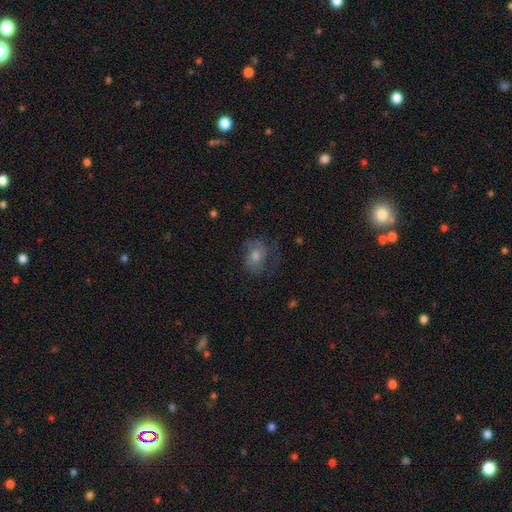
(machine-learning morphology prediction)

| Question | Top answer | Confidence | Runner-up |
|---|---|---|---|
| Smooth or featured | featured or disk | 51% | smooth (35%) |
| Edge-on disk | no | 96% | yes (4%) |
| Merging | none | 62% | minor disturbance (21%) |